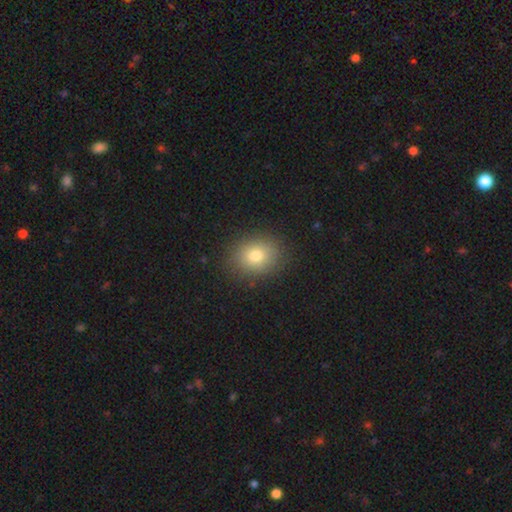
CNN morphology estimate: Smooth or featured? Predicted: smooth (p=0.78). How rounded? Predicted: round (p=0.55). Merging? Predicted: none (p=0.88).